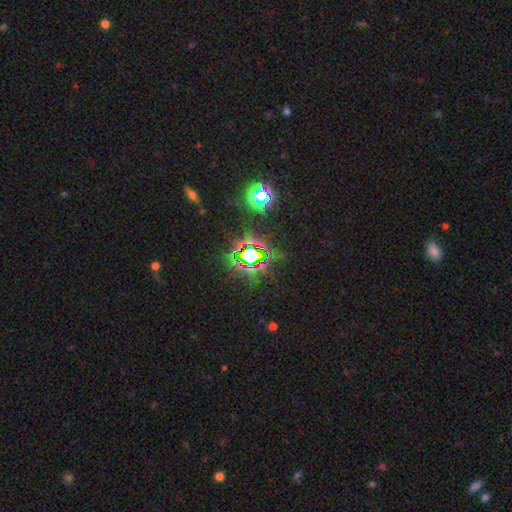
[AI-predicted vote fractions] Smooth or featured: star or artifact — 82% (smooth — 10%)